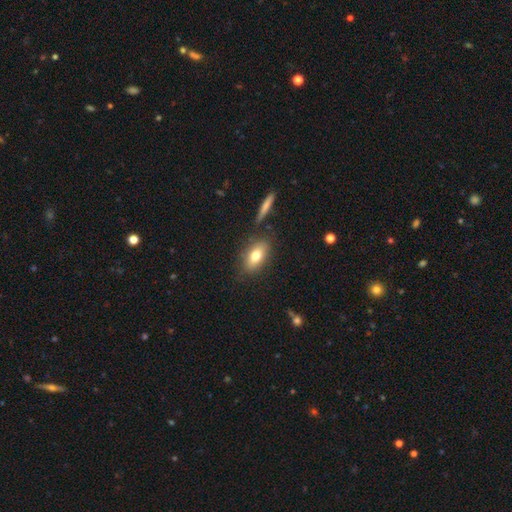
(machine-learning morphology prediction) smooth-or-featured: smooth: 73% | featured or disk: 18% | star or artifact: 8%
  how-rounded: in between: 83% | round: 9% | cigar-shaped: 8%
  merging: none: 79% | minor disturbance: 12% | merger: 6% | major disturbance: 4%